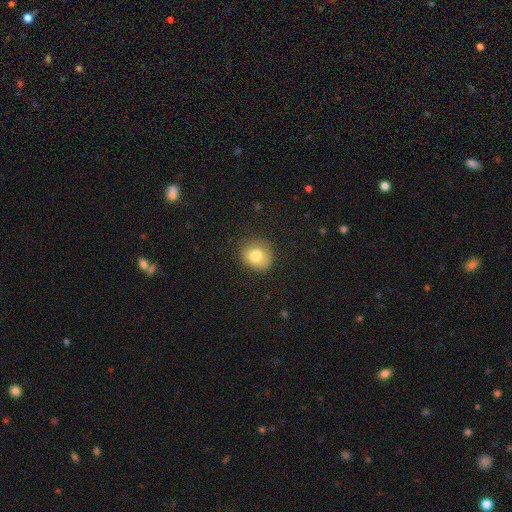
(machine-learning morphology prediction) This appears to be a smooth galaxy with no disk features (79%) that is round (76%). Merging: none (76%).